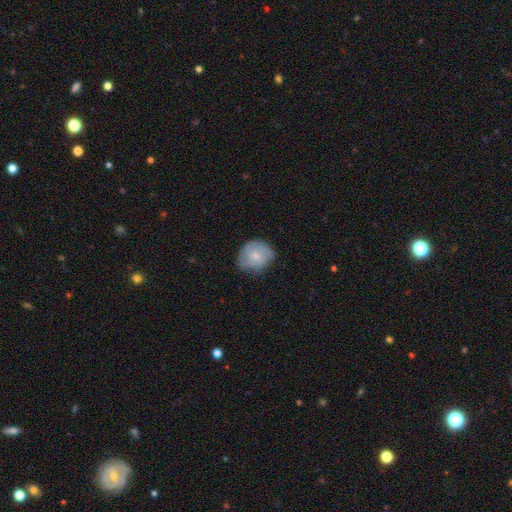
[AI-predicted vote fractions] A smooth galaxy with no disk features (64%) that is round (73%). Merging: none (61%).